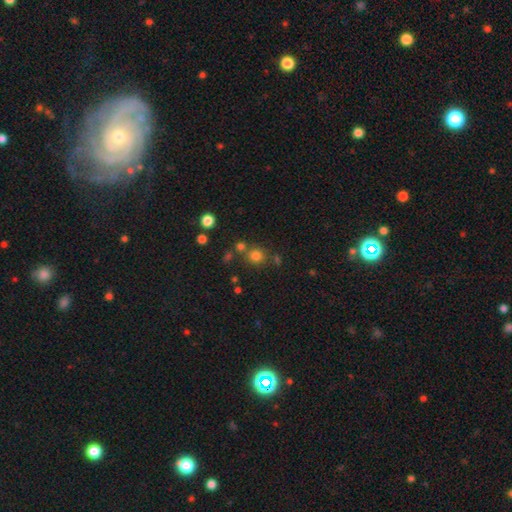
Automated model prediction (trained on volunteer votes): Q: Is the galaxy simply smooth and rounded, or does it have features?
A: smooth — 76%.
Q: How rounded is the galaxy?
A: round — 89%.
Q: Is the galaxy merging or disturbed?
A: none — 71%.